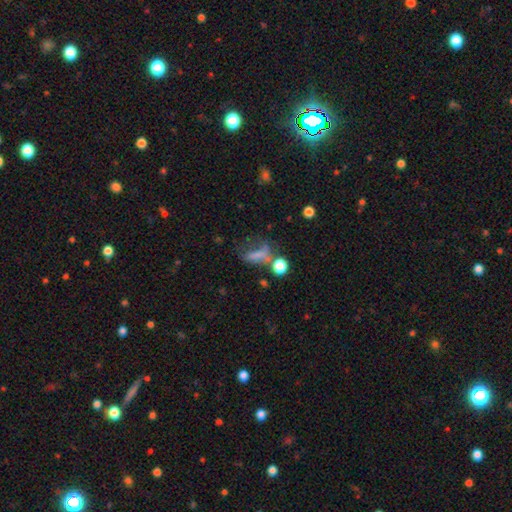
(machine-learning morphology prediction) The model was most divided on "smooth or featured": star or artifact: 38%, smooth: 35%, featured or disk: 27%.